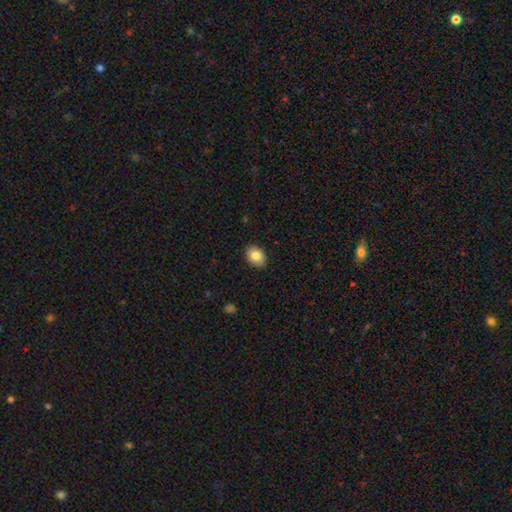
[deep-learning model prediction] This appears to be a smooth galaxy with no disk features (85%) that is in between round and cigar-shaped (69%). Merging: none (89%).